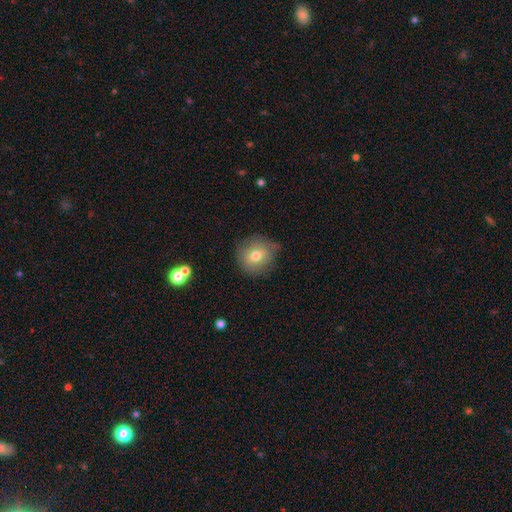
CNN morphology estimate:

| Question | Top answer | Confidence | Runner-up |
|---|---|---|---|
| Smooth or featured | smooth | 72% | featured or disk (18%) |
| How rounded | round | 88% | in between (11%) |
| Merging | none | 73% | minor disturbance (20%) |